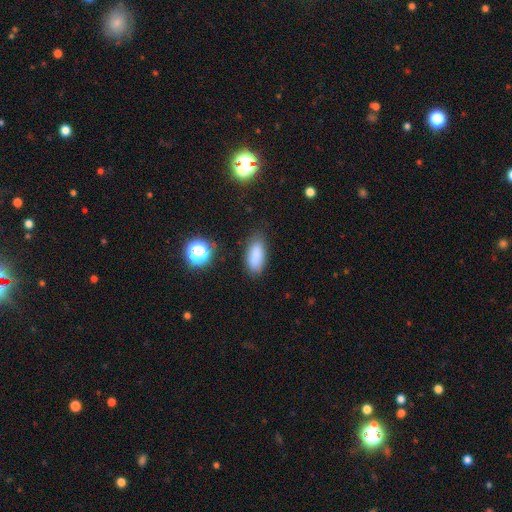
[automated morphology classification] A smooth galaxy with no disk features (84%) that is in between round and cigar-shaped (83%).

Vote fractions:
- Smooth or featured? smooth: 84% / star or artifact: 10% / featured or disk: 6%
- How rounded? in between: 83% / cigar-shaped: 13% / round: 4%
- Merging? none: 80% / minor disturbance: 14% / major disturbance: 4% / merger: 2%